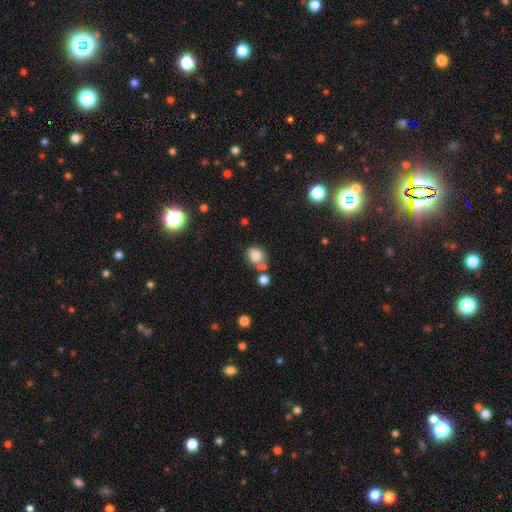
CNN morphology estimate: smooth-or-featured: smooth: 80% | star or artifact: 10% | featured or disk: 9%
  how-rounded: in between: 51% | round: 48% | cigar-shaped: 1%
  merging: none: 52% | merger: 22% | minor disturbance: 19% | major disturbance: 7%